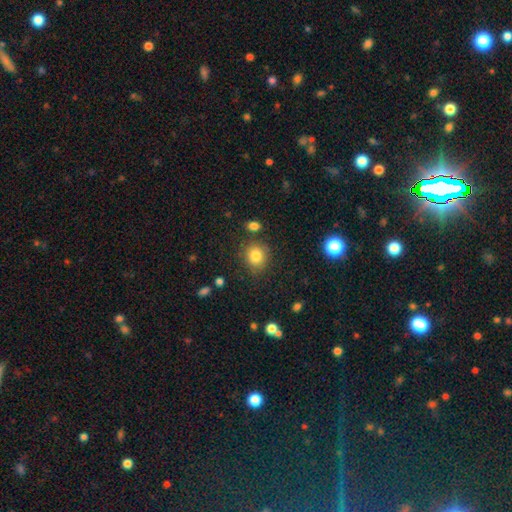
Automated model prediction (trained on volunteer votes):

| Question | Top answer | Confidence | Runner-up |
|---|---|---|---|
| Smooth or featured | smooth | 82% | star or artifact (11%) |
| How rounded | round | 77% | in between (22%) |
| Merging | none | 79% | minor disturbance (12%) |